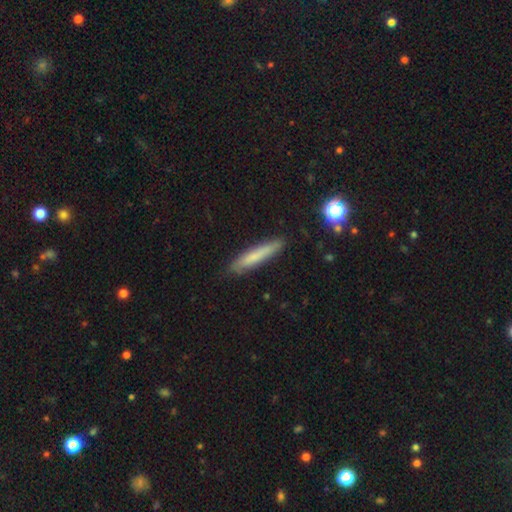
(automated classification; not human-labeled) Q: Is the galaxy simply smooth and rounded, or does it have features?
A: smooth — 71%.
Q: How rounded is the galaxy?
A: cigar-shaped — 92%.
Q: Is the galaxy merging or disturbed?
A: none — 86%.